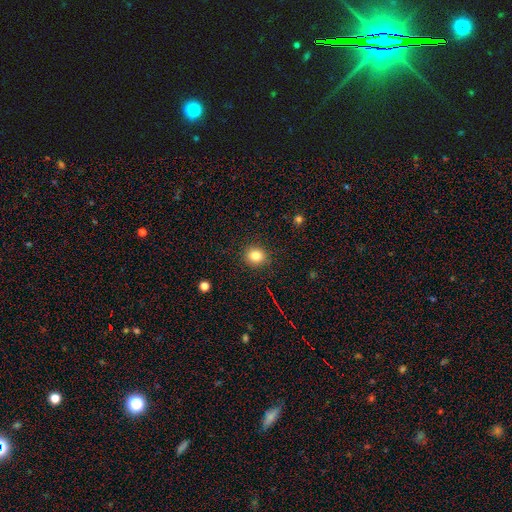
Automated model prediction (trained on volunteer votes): Smooth or featured?
  - smooth: 82% *
  - star or artifact: 12%
  - featured or disk: 6%
How rounded?
  - round: 82% *
  - in between: 17%
  - cigar-shaped: 1%
Merging?
  - none: 90% *
  - minor disturbance: 7%
  - major disturbance: 2%
  - merger: 1%